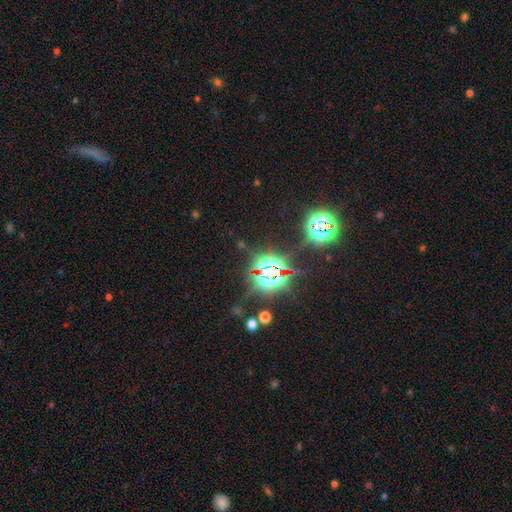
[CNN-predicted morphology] This is clearly a star or artifact rather than a galaxy (83%).